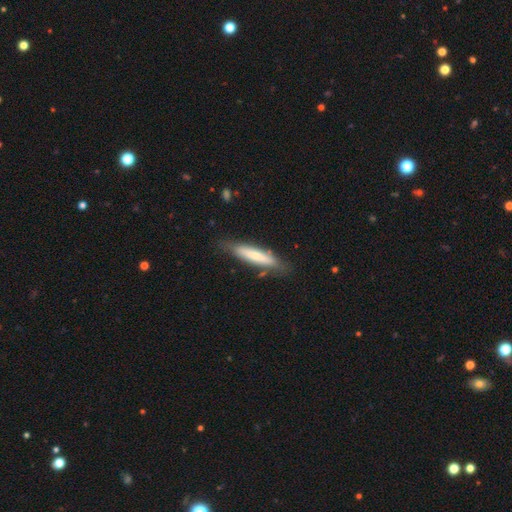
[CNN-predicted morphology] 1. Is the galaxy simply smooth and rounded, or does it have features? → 61% smooth, 33% featured or disk, 6% star or artifact.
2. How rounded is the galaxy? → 83% cigar-shaped, 15% in between, 1% round.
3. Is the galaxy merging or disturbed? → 77% none, 17% minor disturbance, 4% major disturbance, 3% merger.